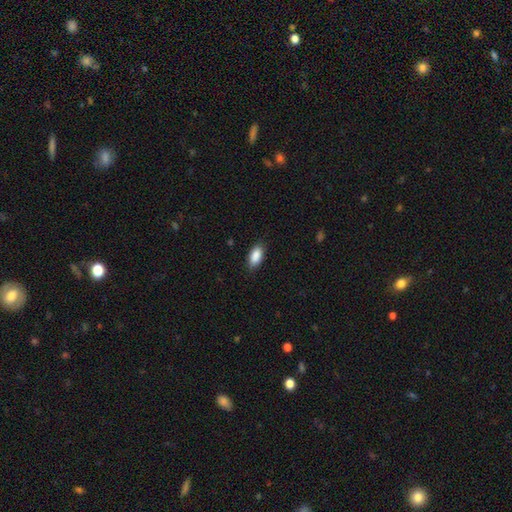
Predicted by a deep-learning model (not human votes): Smooth or featured? Predicted: smooth (p=0.89). How rounded? Predicted: in between (p=0.91). Merging? Predicted: none (p=0.86).